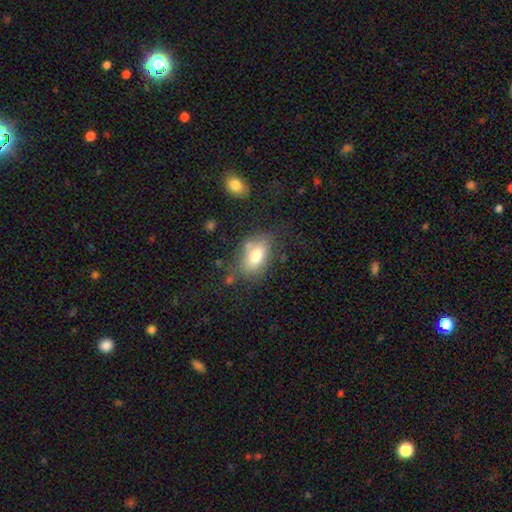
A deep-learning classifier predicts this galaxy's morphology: smooth-or-featured: smooth: 73% | featured or disk: 18% | star or artifact: 9%
  how-rounded: in between: 86% | round: 11% | cigar-shaped: 3%
  merging: none: 67% | minor disturbance: 18% | merger: 8% | major disturbance: 7%